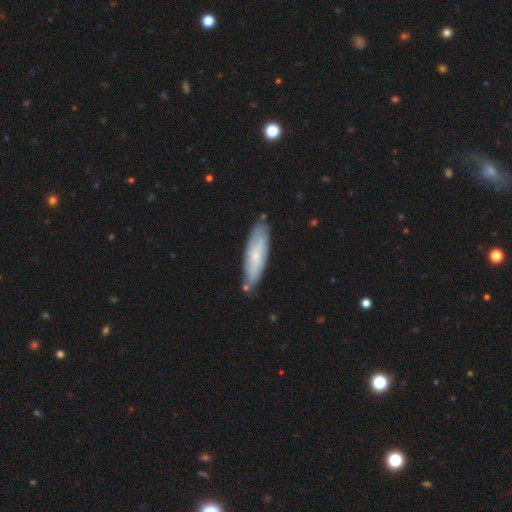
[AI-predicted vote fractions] A smooth galaxy with no disk features (48%). Merging: none (76%).